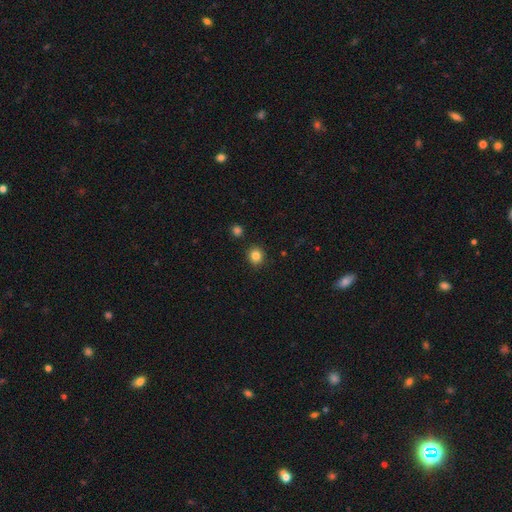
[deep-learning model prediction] Smooth or featured? smooth (83%)
How rounded? round (85%)
Merging? none (89%)